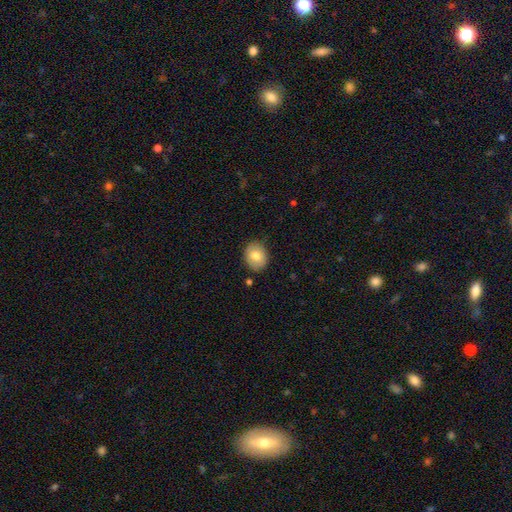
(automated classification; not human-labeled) Q: Smooth or featured?
A: smooth (79%); runner-up: featured or disk (13%)
Q: How rounded?
A: in between (52%); runner-up: round (47%)
Q: Merging?
A: none (83%); runner-up: minor disturbance (13%)